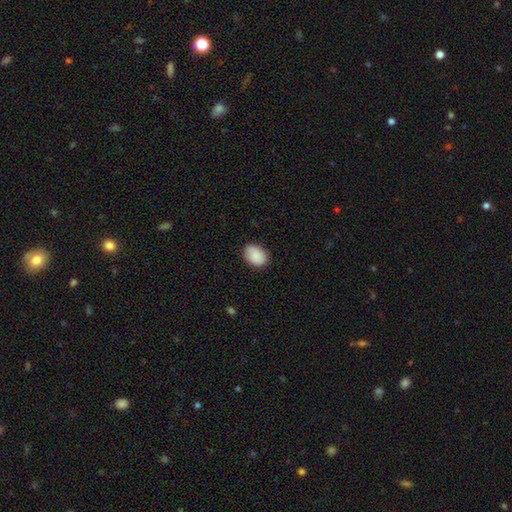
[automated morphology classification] Overall: smooth (90%). How rounded: in between (76%). Merging: none (84%).